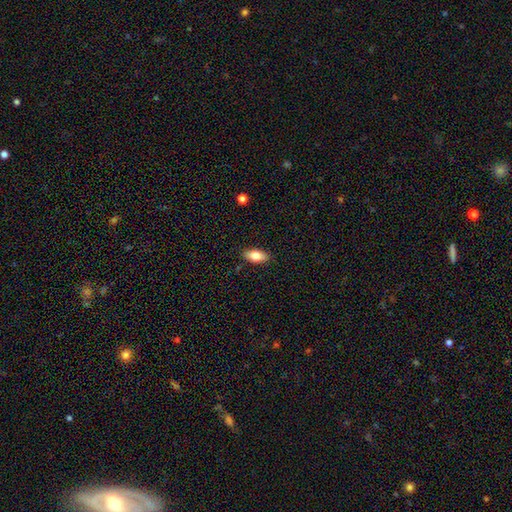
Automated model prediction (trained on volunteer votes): This is likely a smooth galaxy (80%). How rounded: clearly in between (88%). Merging: clearly none (88%).